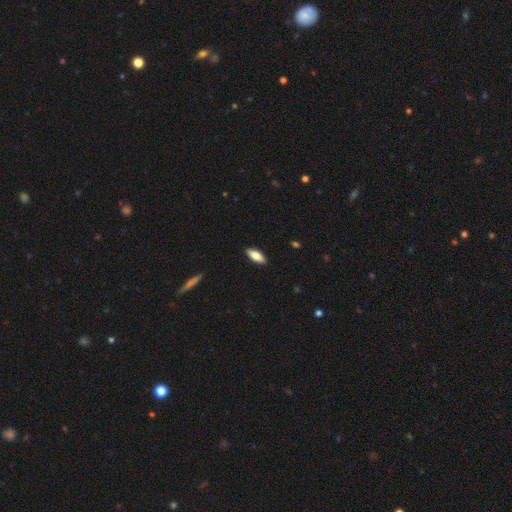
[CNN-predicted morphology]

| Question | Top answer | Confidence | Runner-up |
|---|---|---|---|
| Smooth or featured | smooth | 72% | featured or disk (22%) |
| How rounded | in between | 69% | cigar-shaped (29%) |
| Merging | none | 89% | minor disturbance (8%) |